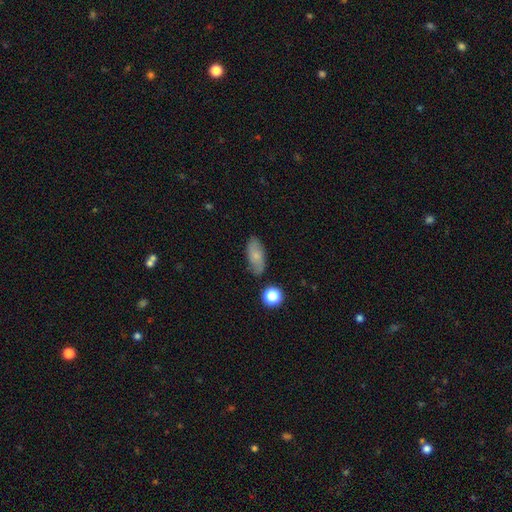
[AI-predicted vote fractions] The model was most divided on "smooth or featured": smooth: 67%, featured or disk: 24%, star or artifact: 9%. More confident: how rounded — in between (86%); merging — none (76%).